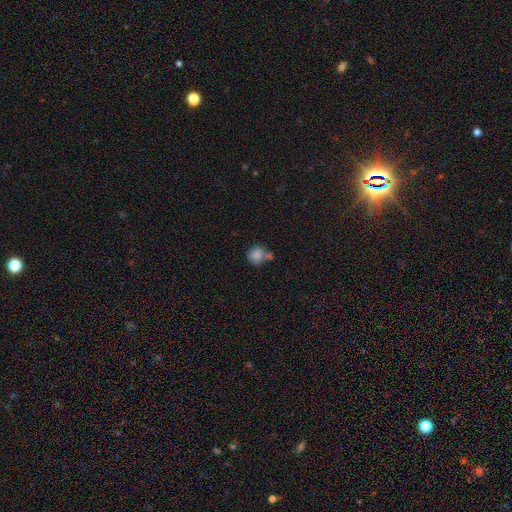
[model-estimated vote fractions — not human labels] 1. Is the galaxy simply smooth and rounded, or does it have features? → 83% smooth, 10% star or artifact, 7% featured or disk.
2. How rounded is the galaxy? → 85% round, 14% in between, 1% cigar-shaped.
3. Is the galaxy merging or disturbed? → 53% none, 31% merger, 12% minor disturbance, 4% major disturbance.